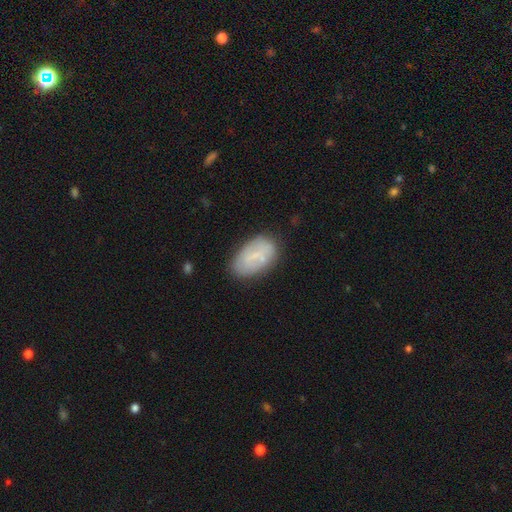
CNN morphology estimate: smooth 57%, featured or disk 35%, star or artifact 8%. Down the decision tree: how rounded — in between (93%); merging — none (72%).